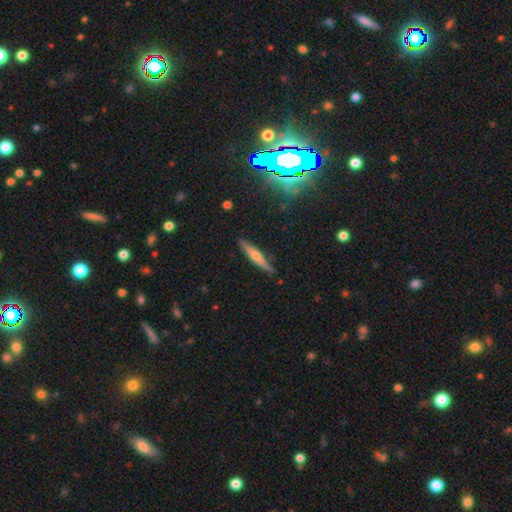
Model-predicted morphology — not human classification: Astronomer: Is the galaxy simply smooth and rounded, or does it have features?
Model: featured or disk — 50% (runner-up: smooth, 41%).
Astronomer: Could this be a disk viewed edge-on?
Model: yes — 94%.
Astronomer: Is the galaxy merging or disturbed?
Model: none — 85%.